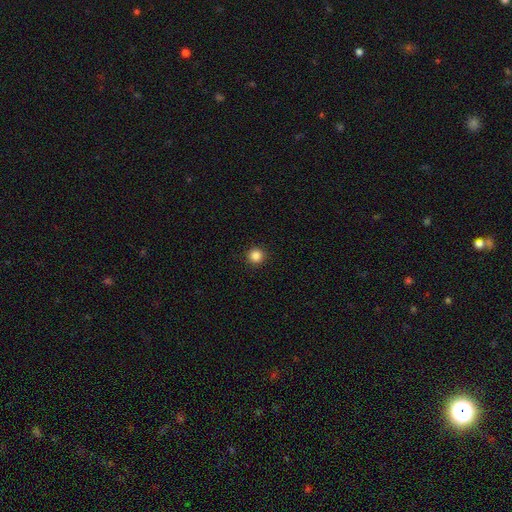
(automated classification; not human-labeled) Smooth or featured?
  - smooth: 85% *
  - star or artifact: 12%
  - featured or disk: 3%
How rounded?
  - round: 96% *
  - in between: 3%
  - cigar-shaped: 1%
Merging?
  - none: 93% *
  - minor disturbance: 4%
  - major disturbance: 2%
  - merger: 1%